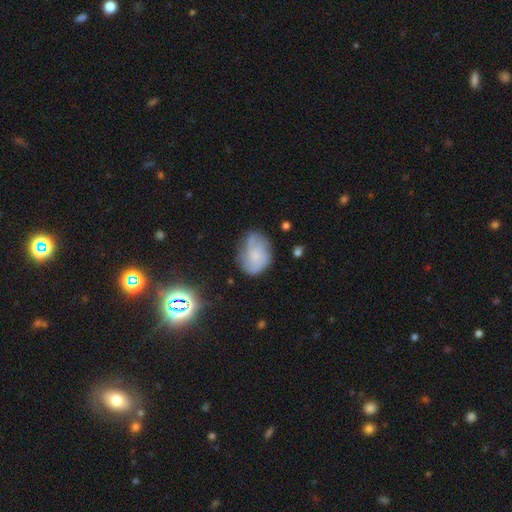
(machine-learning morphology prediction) A featured or disk galaxy (48%). Merging: none (55%).